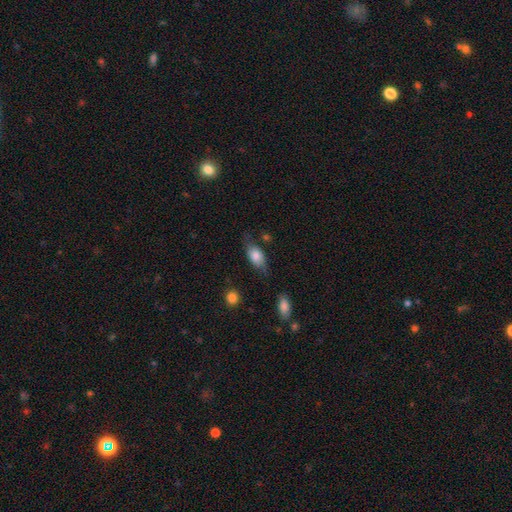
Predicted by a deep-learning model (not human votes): Smooth or featured? Predicted: smooth (p=0.75). How rounded? Predicted: in between (p=0.87). Merging? Predicted: none (p=0.62).